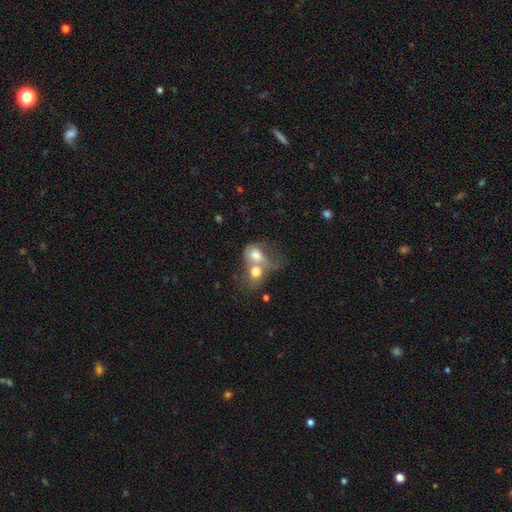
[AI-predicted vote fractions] smooth 66%, featured or disk 24%, star or artifact 9%. Down the decision tree: how rounded — in between (54%); merging — merger (76%).